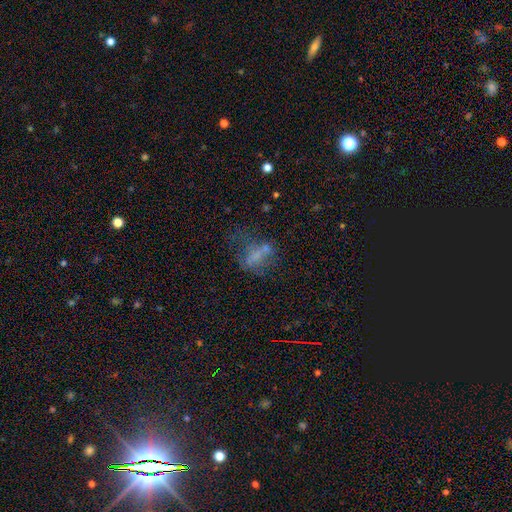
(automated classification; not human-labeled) This is marginally a smooth galaxy (43%). Merging: marginally major disturbance (34%).